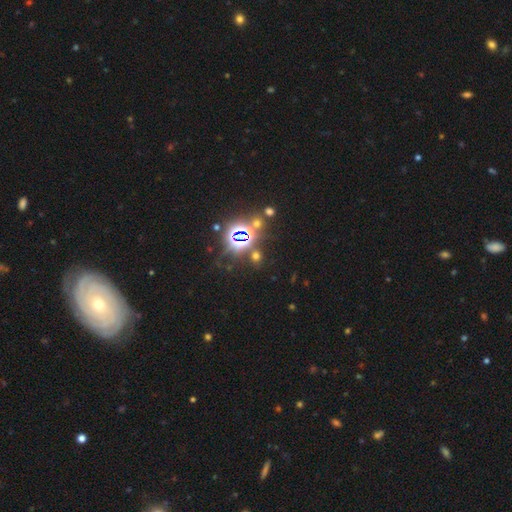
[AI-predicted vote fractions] Smooth or featured?
  - star or artifact: 58% *
  - smooth: 34%
  - featured or disk: 8%